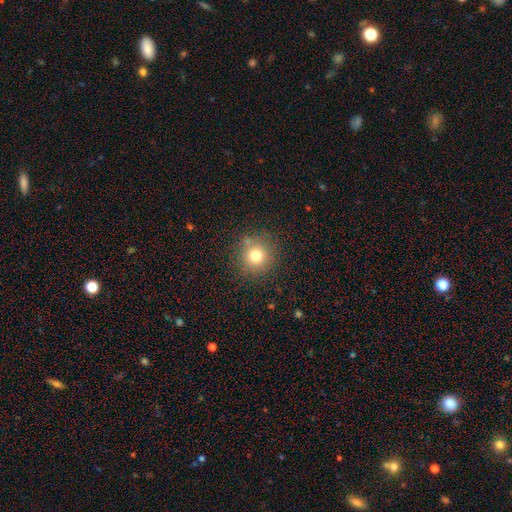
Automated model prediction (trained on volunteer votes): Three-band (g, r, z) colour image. It shows a smooth galaxy with no disk features (76%) that is round (93%). Merging: none (84%).